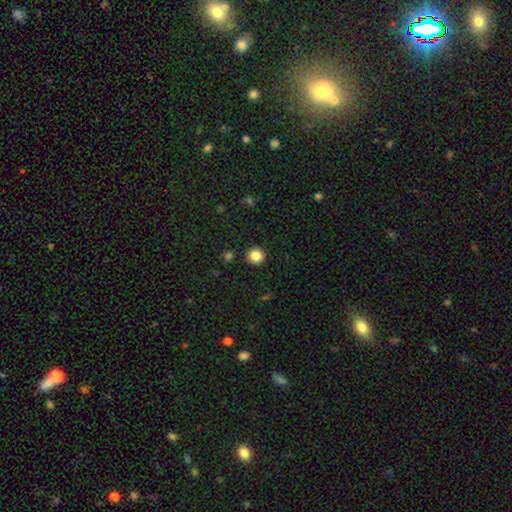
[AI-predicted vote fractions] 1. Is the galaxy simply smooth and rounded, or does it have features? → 85% smooth, 11% star or artifact, 4% featured or disk.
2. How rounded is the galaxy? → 94% round, 5% in between, 1% cigar-shaped.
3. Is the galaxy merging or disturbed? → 92% none, 4% minor disturbance, 2% major disturbance, 1% merger.